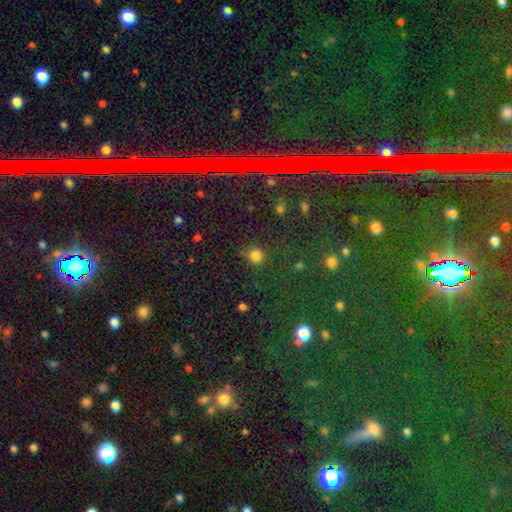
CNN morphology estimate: A smooth galaxy with no disk features (80%) that is round (89%).

Vote fractions:
- Smooth or featured? smooth: 80% / star or artifact: 15% / featured or disk: 5%
- How rounded? round: 89% / in between: 10% / cigar-shaped: 1%
- Merging? none: 82% / minor disturbance: 11% / major disturbance: 4% / merger: 3%